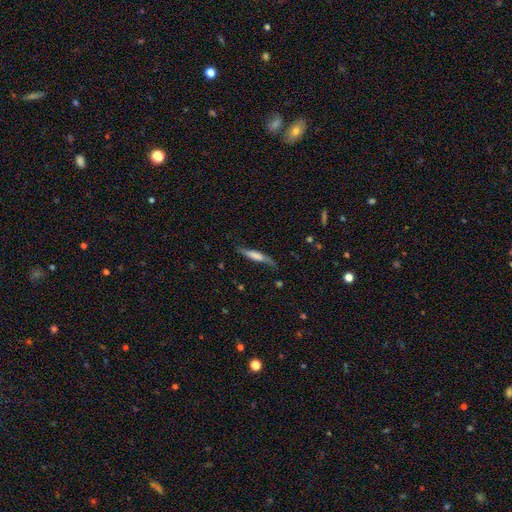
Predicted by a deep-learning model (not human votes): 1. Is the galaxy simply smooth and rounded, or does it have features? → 56% smooth, 38% featured or disk, 6% star or artifact.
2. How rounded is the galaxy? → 89% cigar-shaped, 10% in between, 2% round.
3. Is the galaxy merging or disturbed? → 67% none, 24% minor disturbance, 7% major disturbance, 2% merger.